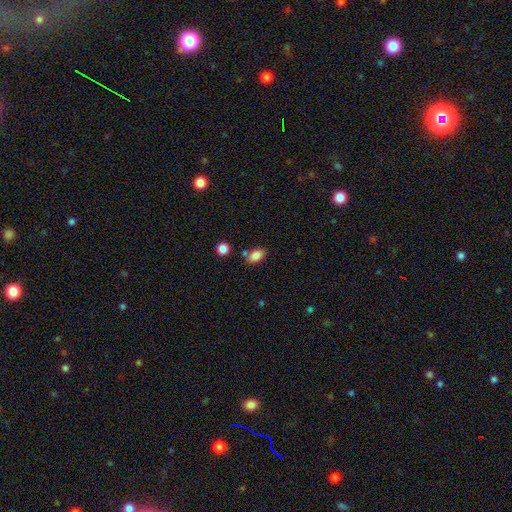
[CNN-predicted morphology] Q: Smooth or featured?
A: smooth (85%); runner-up: star or artifact (9%)
Q: How rounded?
A: in between (85%); runner-up: round (13%)
Q: Merging?
A: none (67%); runner-up: minor disturbance (15%)